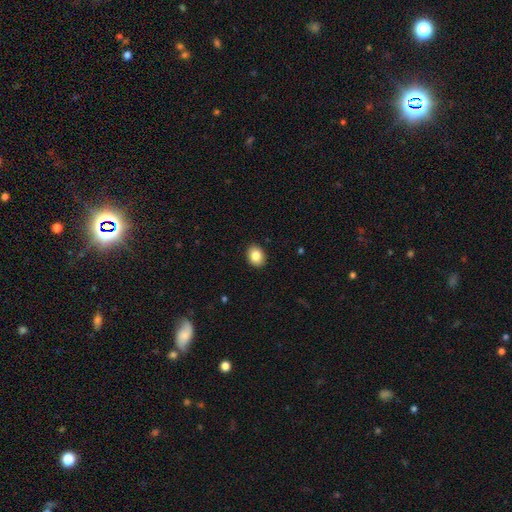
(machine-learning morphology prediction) A smooth galaxy with no disk features (86%) that is in between round and cigar-shaped (56%).

Vote fractions:
- Smooth or featured? smooth: 86% / star or artifact: 8% / featured or disk: 6%
- How rounded? in between: 56% / round: 43% / cigar-shaped: 1%
- Merging? none: 91% / minor disturbance: 7% / major disturbance: 2% / merger: 1%